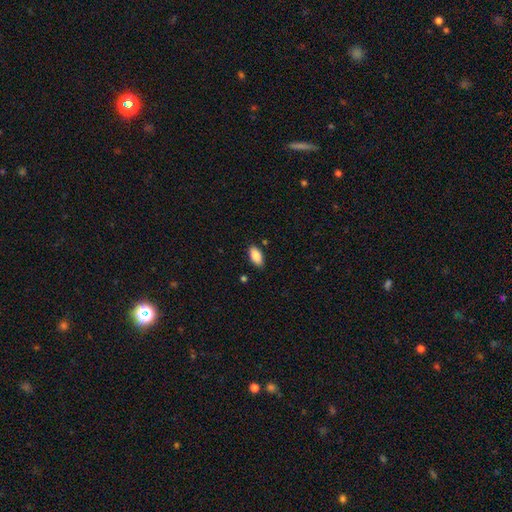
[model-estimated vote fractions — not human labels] smooth 86%, featured or disk 8%, star or artifact 7%. Down the decision tree: how rounded — in between (91%); merging — none (86%).